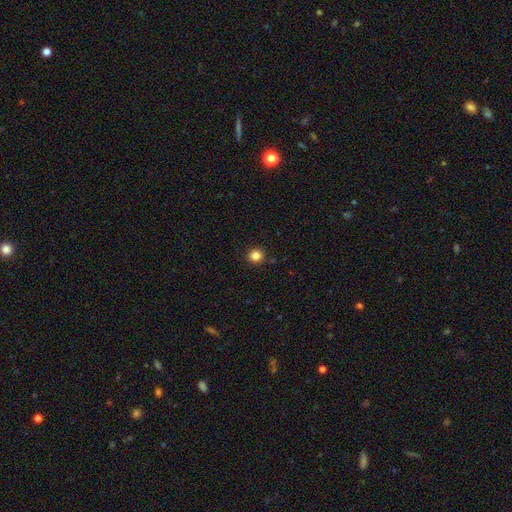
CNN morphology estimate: smooth 84%, star or artifact 12%, featured or disk 4%. Down the decision tree: how rounded — round (92%); merging — none (92%).